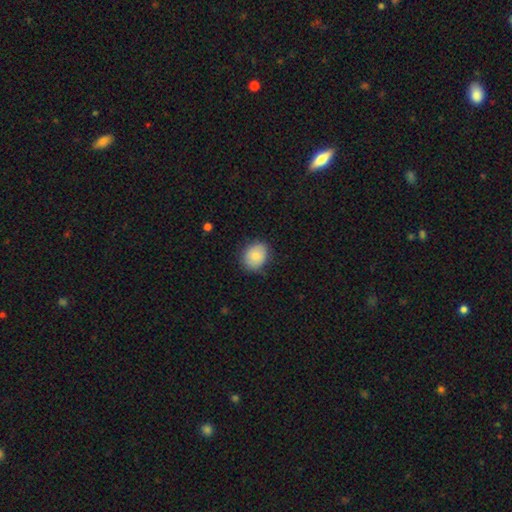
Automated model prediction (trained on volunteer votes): Smooth or featured? Predicted: smooth (p=0.80). How rounded? Predicted: round (p=0.57). Merging? Predicted: none (p=0.80).